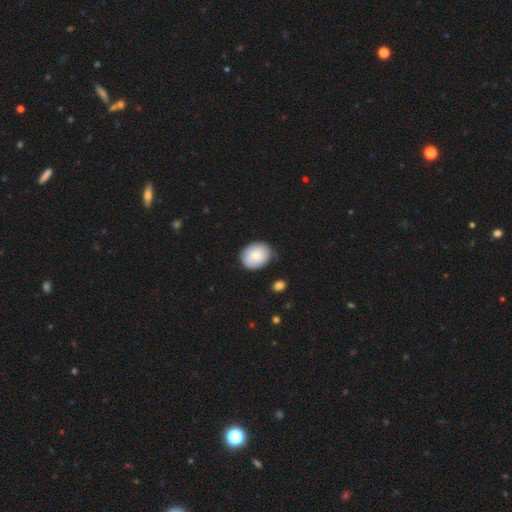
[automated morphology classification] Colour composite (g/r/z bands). It shows a smooth galaxy with no disk features (74%) that is round (57%). Merging: none (75%).